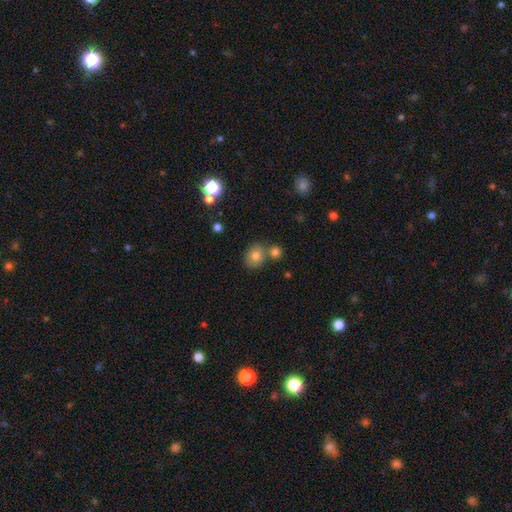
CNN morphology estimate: smooth 78%, star or artifact 12%, featured or disk 10%. Down the decision tree: how rounded — round (65%); merging — none (61%).